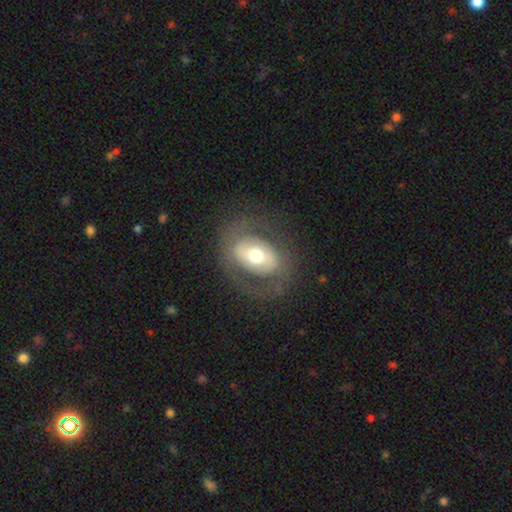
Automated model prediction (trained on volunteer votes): Q: Smooth or featured?
A: featured or disk (53%); runner-up: smooth (40%)
Q: Edge-on disk?
A: no (93%); runner-up: yes (7%)
Q: Merging?
A: none (73%); runner-up: minor disturbance (13%)